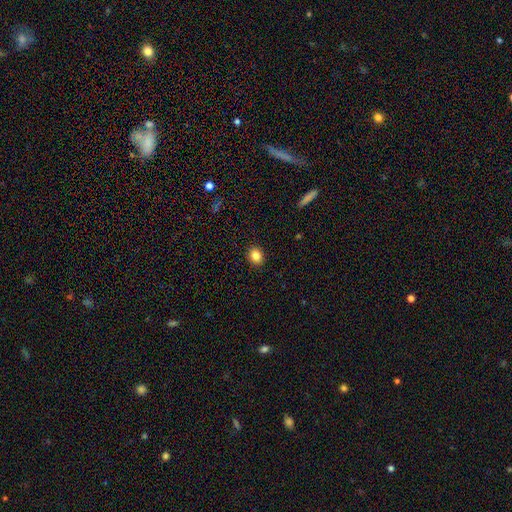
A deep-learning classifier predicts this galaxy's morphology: Q: Smooth or featured?
A: smooth (85%); runner-up: star or artifact (10%)
Q: How rounded?
A: round (54%); runner-up: in between (45%)
Q: Merging?
A: none (91%); runner-up: minor disturbance (6%)